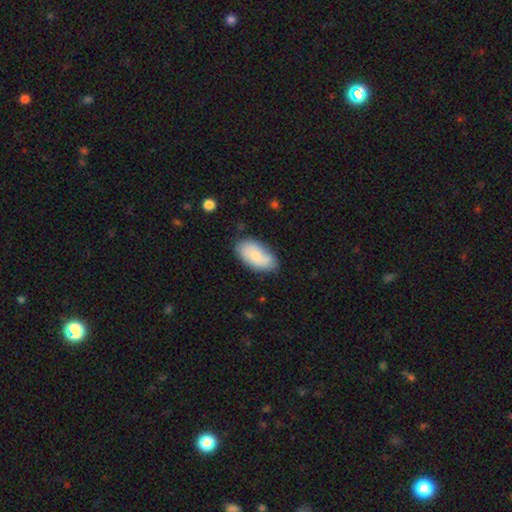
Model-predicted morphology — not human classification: type=smooth (76%); roundness=in between (94%); merging=none (72%).